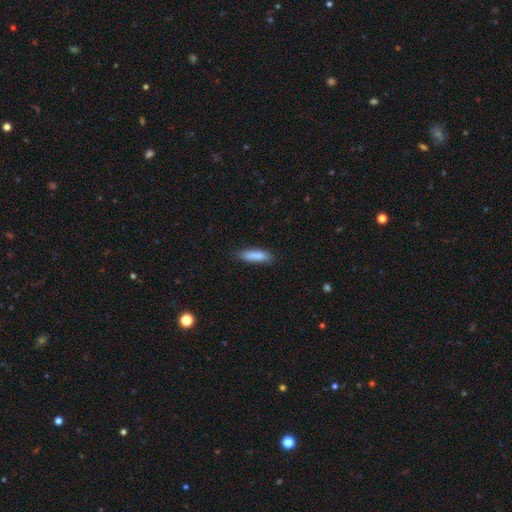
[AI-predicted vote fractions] A smooth galaxy with no disk features (85%) that is cigar-shaped (61%).

Vote fractions:
- Smooth or featured? smooth: 85% / featured or disk: 9% / star or artifact: 6%
- How rounded? cigar-shaped: 61% / in between: 37% / round: 2%
- Merging? none: 77% / minor disturbance: 18% / major disturbance: 3% / merger: 2%